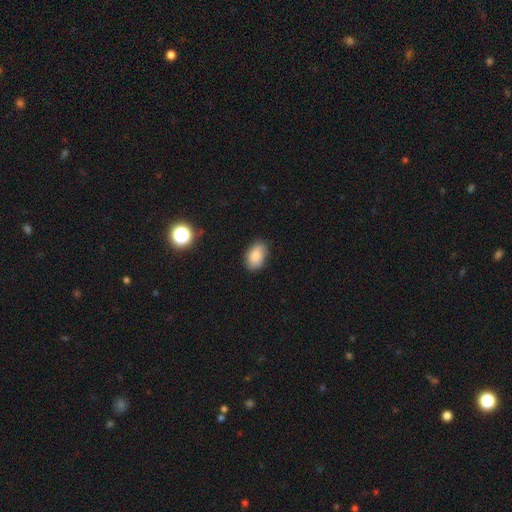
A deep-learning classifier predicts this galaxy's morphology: This is clearly a smooth galaxy (84%). How rounded: clearly in between (88%). Merging: clearly none (81%).